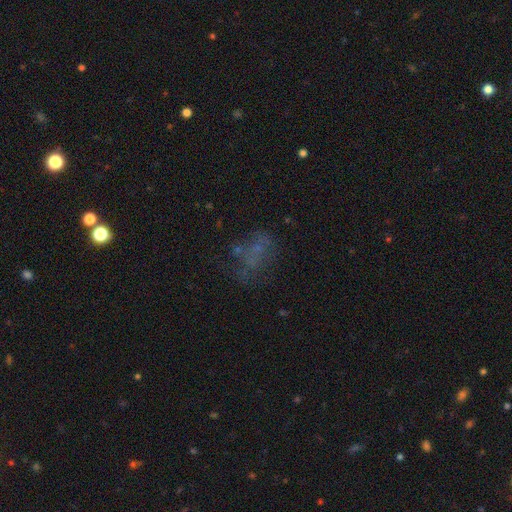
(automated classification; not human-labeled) This is marginally a star or artifact rather than a galaxy (35%).